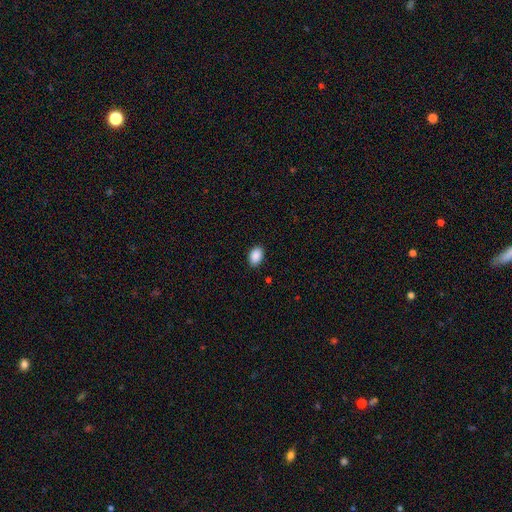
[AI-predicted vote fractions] smooth-or-featured: smooth: 90% | star or artifact: 7% | featured or disk: 3%
  how-rounded: in between: 86% | round: 13% | cigar-shaped: 1%
  merging: none: 89% | minor disturbance: 8% | major disturbance: 2% | merger: 1%